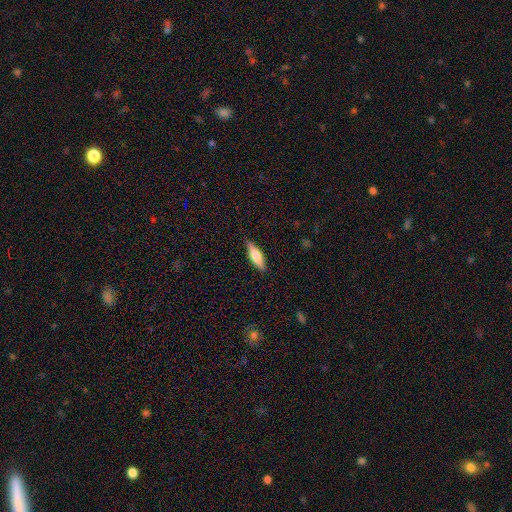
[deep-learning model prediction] Q: Smooth or featured?
A: smooth (60%); runner-up: featured or disk (34%)
Q: How rounded?
A: cigar-shaped (56%); runner-up: in between (42%)
Q: Merging?
A: none (87%); runner-up: minor disturbance (9%)